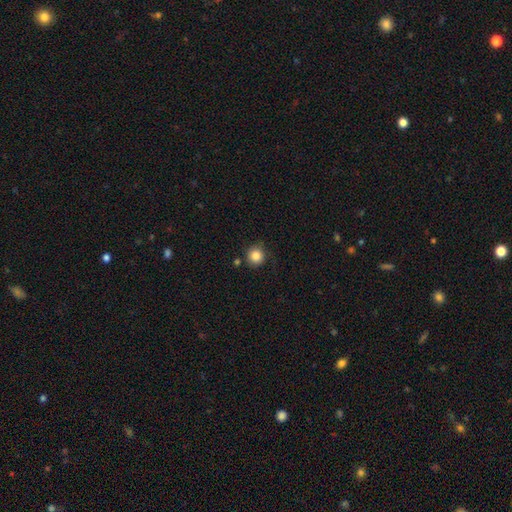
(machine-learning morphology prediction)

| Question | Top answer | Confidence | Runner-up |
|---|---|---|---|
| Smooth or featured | smooth | 85% | star or artifact (10%) |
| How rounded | round | 93% | in between (6%) |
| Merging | none | 78% | minor disturbance (14%) |